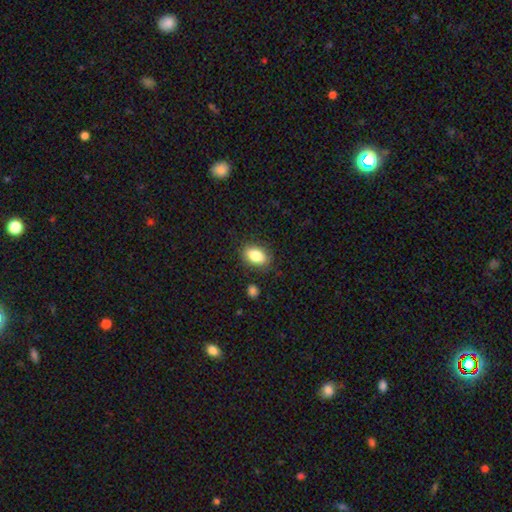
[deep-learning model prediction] The model was most divided on "merging": none: 85%, minor disturbance: 10%, major disturbance: 3%, merger: 2%. More confident: how rounded — in between (88%); smooth or featured — smooth (84%).